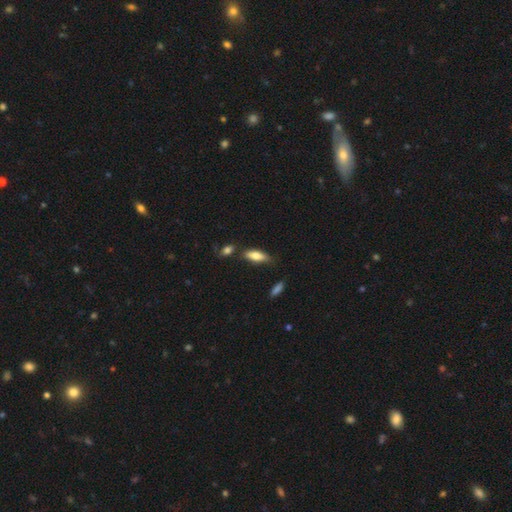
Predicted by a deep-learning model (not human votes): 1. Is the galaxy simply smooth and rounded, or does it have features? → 76% smooth, 17% featured or disk, 6% star or artifact.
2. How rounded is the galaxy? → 60% in between, 38% cigar-shaped, 2% round.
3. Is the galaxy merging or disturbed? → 67% none, 20% minor disturbance, 8% merger, 4% major disturbance.